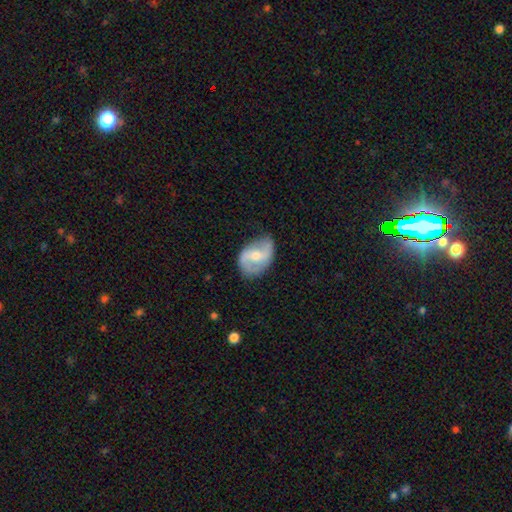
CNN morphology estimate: Q: Smooth or featured?
A: featured or disk (73%); runner-up: smooth (21%)
Q: Edge-on disk?
A: no (97%); runner-up: yes (3%)
Q: Bar?
A: weak (43%); runner-up: no (36%)
Q: Spiral arms?
A: yes (87%); runner-up: no (13%)
Q: Spiral winding?
A: loose (44%); runner-up: medium (39%)
Q: Spiral arm count?
A: 2 (87%); runner-up: can't tell (7%)
Q: Bulge size?
A: moderate (57%); runner-up: small (39%)
Q: Merging?
A: none (70%); runner-up: minor disturbance (23%)